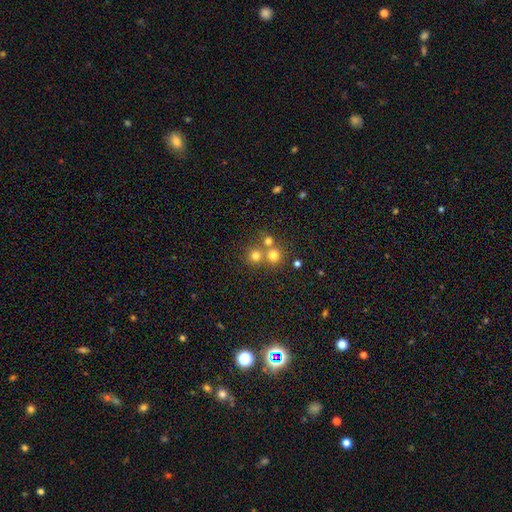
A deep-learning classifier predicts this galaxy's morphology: Overall: smooth (71%). How rounded: round (90%). Merging: none (55%; merger 36%).